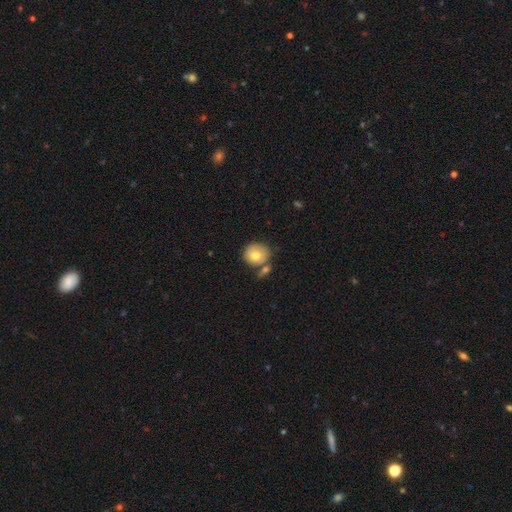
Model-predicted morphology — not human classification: Smooth or featured? Predicted: smooth (p=0.75). How rounded? Predicted: round (p=0.87). Merging? Predicted: none (p=0.60).